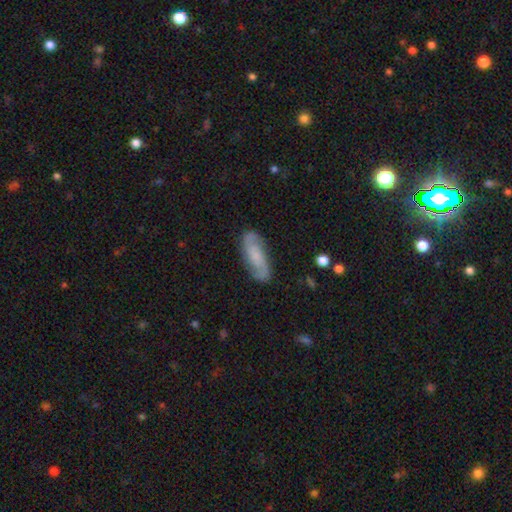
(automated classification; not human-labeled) Morphology: type=featured or disk (65%); edge-on=no (90%); bar=no (55%); spiral arms=yes (93%); winding=medium (44%); arm count=2 (87%); bulge=small (49%); merging=none (83%).